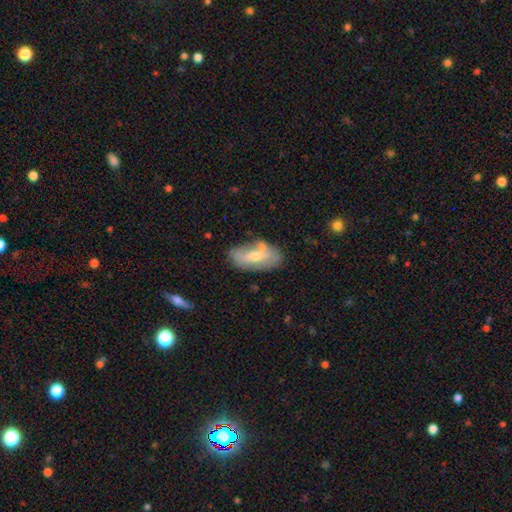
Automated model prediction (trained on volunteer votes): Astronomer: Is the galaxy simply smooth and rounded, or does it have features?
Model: featured or disk — 48% (runner-up: smooth, 45%).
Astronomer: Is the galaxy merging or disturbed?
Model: none — 62%.